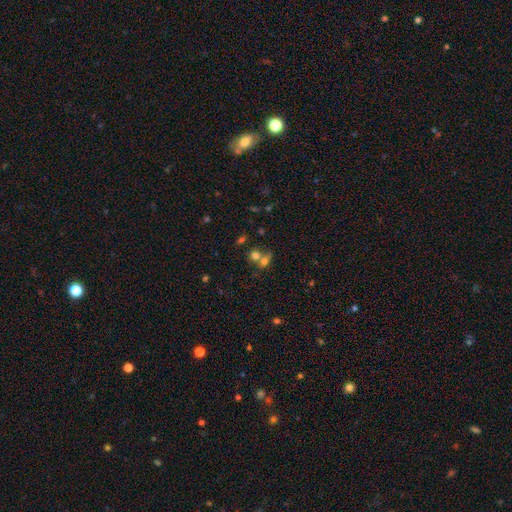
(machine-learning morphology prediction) A smooth galaxy with no disk features (68%) that is round (75%). Merging: merger (55%).